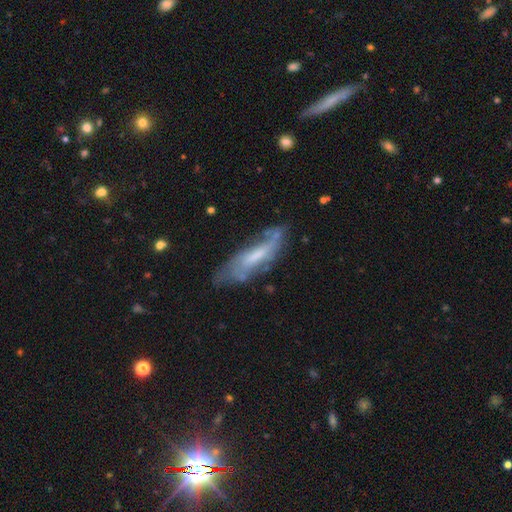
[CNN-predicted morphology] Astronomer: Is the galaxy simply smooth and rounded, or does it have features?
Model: featured or disk — 64%.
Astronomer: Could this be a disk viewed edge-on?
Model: no — 69%.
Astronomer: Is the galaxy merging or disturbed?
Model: none — 55%.